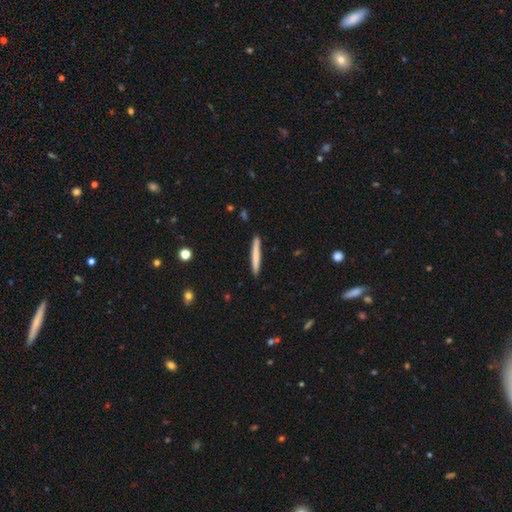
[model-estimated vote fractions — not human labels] smooth_or_featured: smooth (p=0.71) [alt: featured or disk p=0.24]
how_rounded: cigar-shaped (p=0.97) [alt: in between p=0.02]
merging: none (p=0.91) [alt: minor disturbance p=0.07]